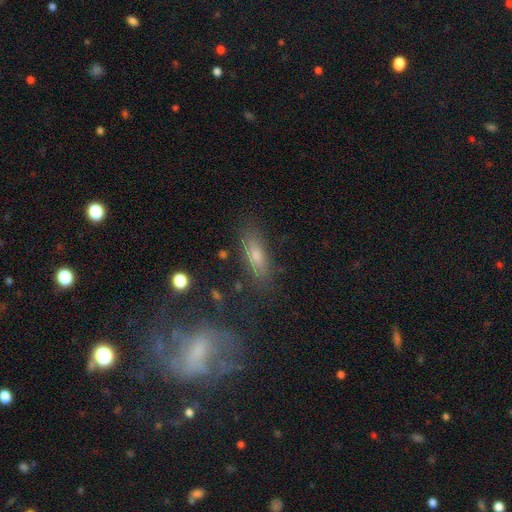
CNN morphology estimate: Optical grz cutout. It shows a smooth galaxy with no disk features (70%) that is in between round and cigar-shaped (64%). Merging: none (77%).